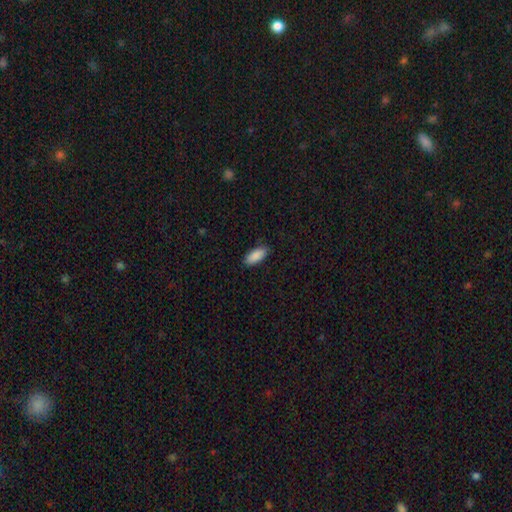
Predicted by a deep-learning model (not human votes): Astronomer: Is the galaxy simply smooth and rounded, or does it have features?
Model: smooth — 90%.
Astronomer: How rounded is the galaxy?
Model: in between — 86%.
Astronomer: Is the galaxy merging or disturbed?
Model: none — 88%.